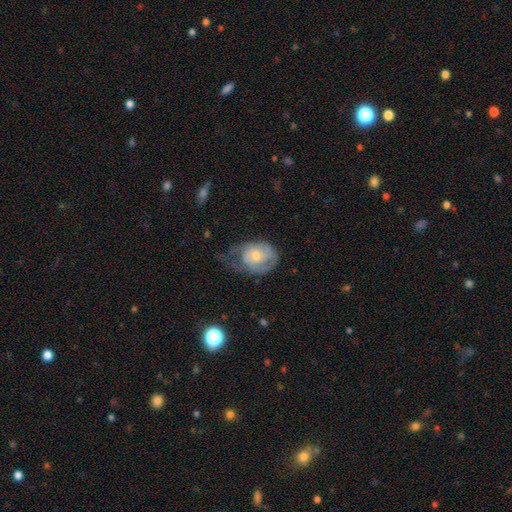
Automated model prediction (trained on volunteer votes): Smooth or featured? Predicted: featured or disk (p=0.52). Edge-on disk? Predicted: no (p=0.96). Bar? Predicted: no (p=0.78). Spiral arms? Predicted: yes (p=0.67). Bulge size? Predicted: small (p=0.52). Merging? Predicted: major disturbance (p=0.38).